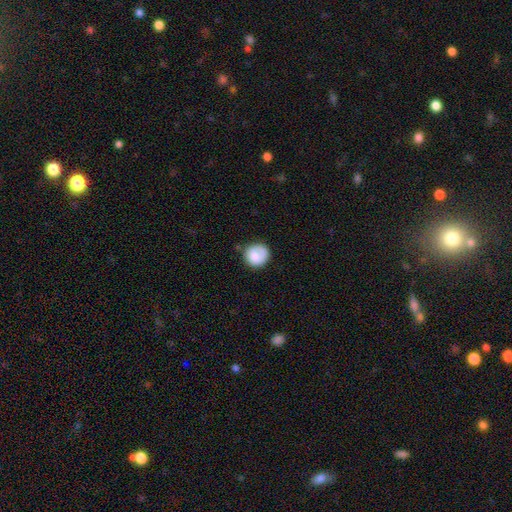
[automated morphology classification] smooth_or_featured: smooth (p=0.77) [alt: featured or disk p=0.16]
how_rounded: round (p=0.88) [alt: in between p=0.11]
merging: none (p=0.69) [alt: minor disturbance p=0.20]